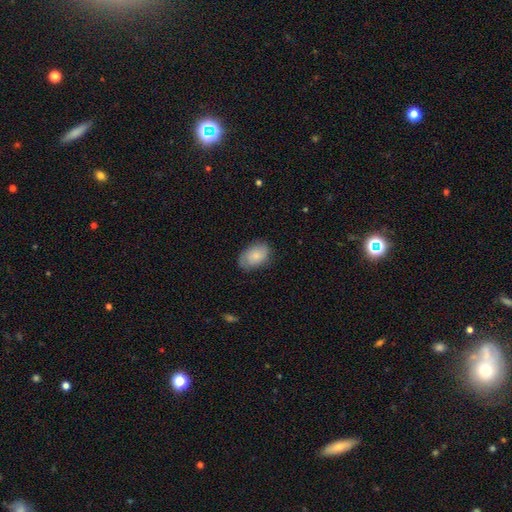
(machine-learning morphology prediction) Smooth or featured? Predicted: smooth (p=0.78). How rounded? Predicted: in between (p=0.88). Merging? Predicted: none (p=0.76).